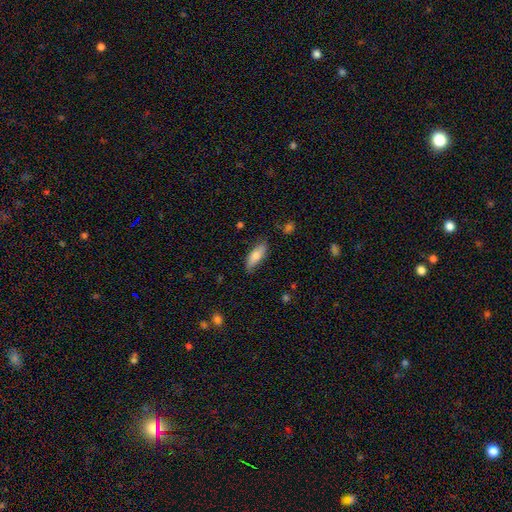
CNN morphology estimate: Smooth or featured? smooth (70%)
How rounded? in between (58%)
Merging? none (78%)